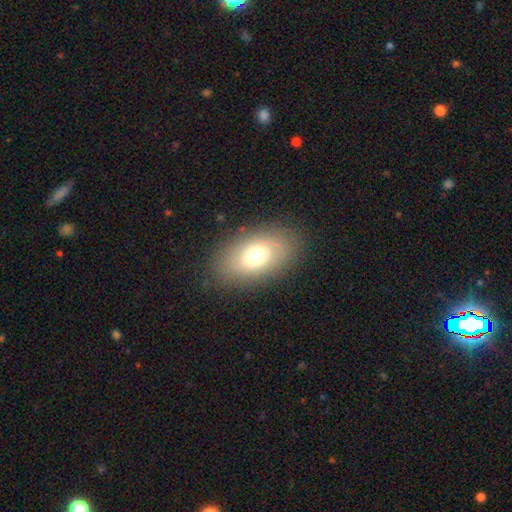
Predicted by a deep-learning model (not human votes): Smooth or featured? Predicted: smooth (p=0.68). How rounded? Predicted: in between (p=0.88). Merging? Predicted: none (p=0.84).